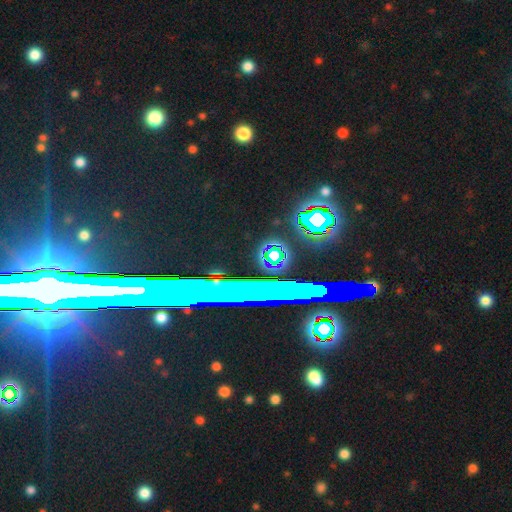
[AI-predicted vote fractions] Smooth or featured? Predicted: star or artifact (p=0.75).